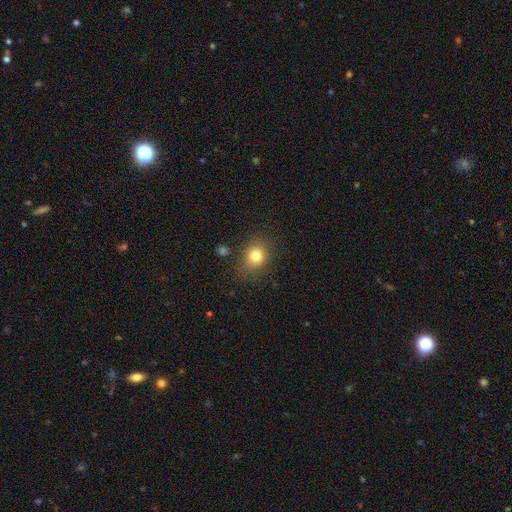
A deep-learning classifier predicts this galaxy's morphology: A smooth galaxy with no disk features (79%) that is round (66%). Merging: none (76%).